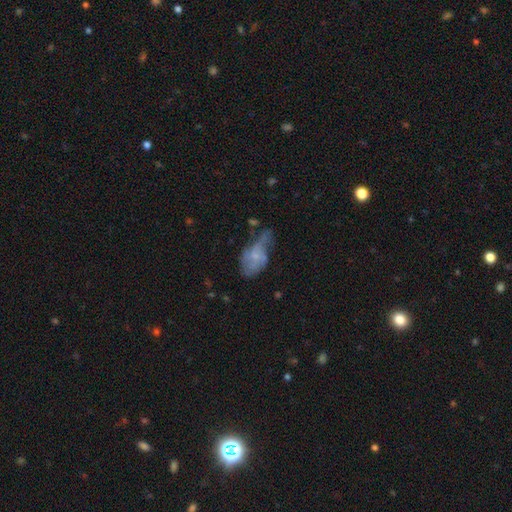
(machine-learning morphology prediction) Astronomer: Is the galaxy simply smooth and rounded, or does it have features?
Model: featured or disk — 49% (runner-up: smooth, 40%).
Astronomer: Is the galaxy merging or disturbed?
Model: major disturbance — 35% (runner-up: minor disturbance, 31%).